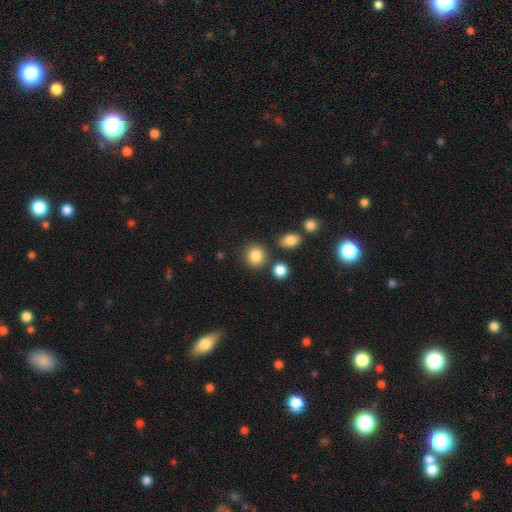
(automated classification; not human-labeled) smooth-or-featured: smooth: 85% | star or artifact: 10% | featured or disk: 5%
  how-rounded: round: 83% | in between: 16% | cigar-shaped: 1%
  merging: none: 81% | minor disturbance: 9% | merger: 7% | major disturbance: 3%